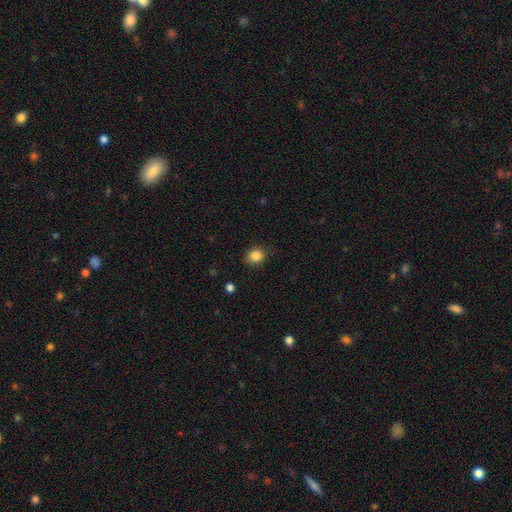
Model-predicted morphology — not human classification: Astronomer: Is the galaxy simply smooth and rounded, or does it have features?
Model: smooth — 85%.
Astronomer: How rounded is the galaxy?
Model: round — 69%.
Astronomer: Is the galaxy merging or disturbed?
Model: none — 82%.